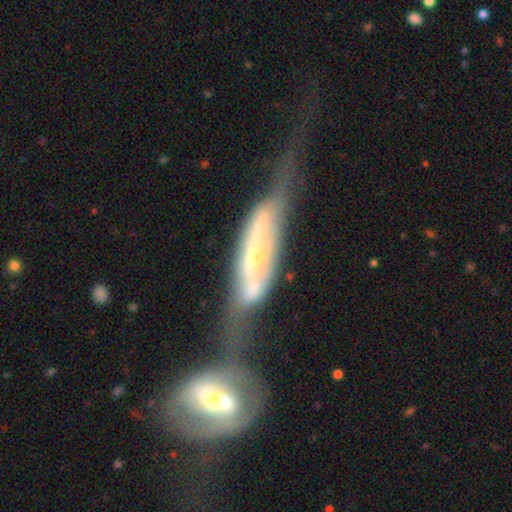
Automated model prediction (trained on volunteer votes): This is likely a featured or disk galaxy (75%). It is possibly not viewed edge-on (57%). Merging: possibly merger (57%).